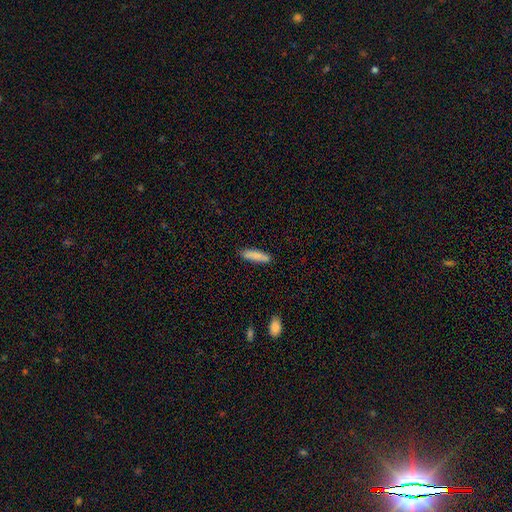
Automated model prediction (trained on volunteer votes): smooth-or-featured: smooth: 85% | featured or disk: 8% | star or artifact: 6%
  how-rounded: cigar-shaped: 73% | in between: 26% | round: 1%
  merging: none: 86% | minor disturbance: 11% | major disturbance: 2% | merger: 2%